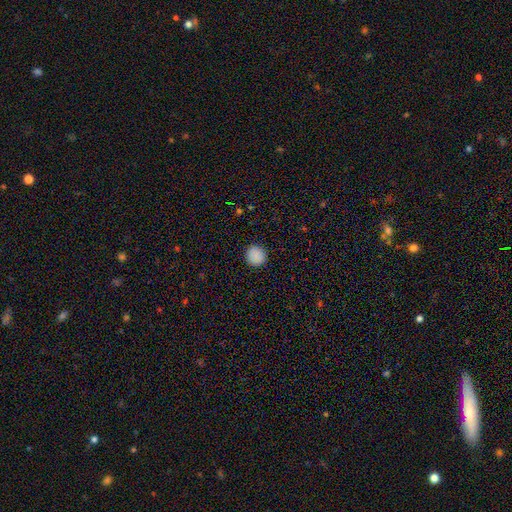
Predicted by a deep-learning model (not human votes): smooth-or-featured: smooth: 89% | star or artifact: 8% | featured or disk: 2%
  how-rounded: round: 93% | in between: 6% | cigar-shaped: 1%
  merging: none: 92% | minor disturbance: 5% | major disturbance: 2% | merger: 1%